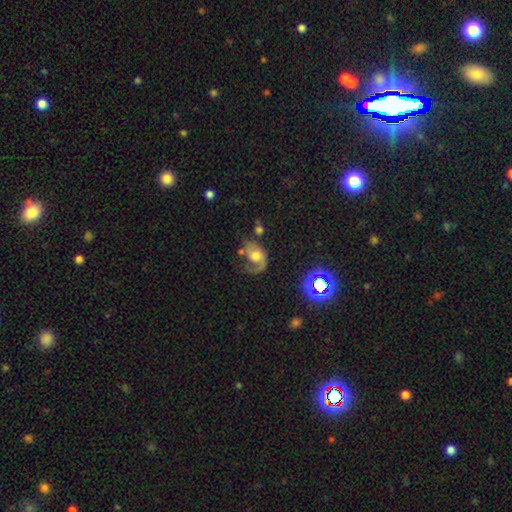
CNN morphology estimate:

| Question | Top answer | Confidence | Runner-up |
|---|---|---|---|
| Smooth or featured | featured or disk | 68% | smooth (22%) |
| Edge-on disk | no | 97% | yes (3%) |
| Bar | no | 69% | weak (25%) |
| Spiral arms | yes | 88% | no (12%) |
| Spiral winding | loose | 41% | medium (39%) |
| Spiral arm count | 1 | 61% | 2 (31%) |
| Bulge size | moderate | 62% | large (19%) |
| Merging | none | 37% | major disturbance (34%) |